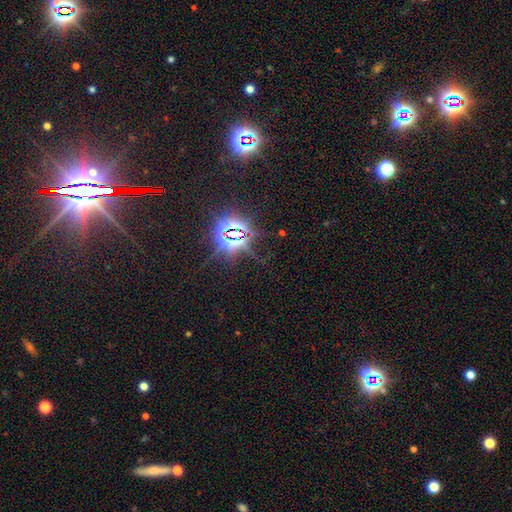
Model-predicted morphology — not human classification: Smooth or featured? star or artifact (84%)